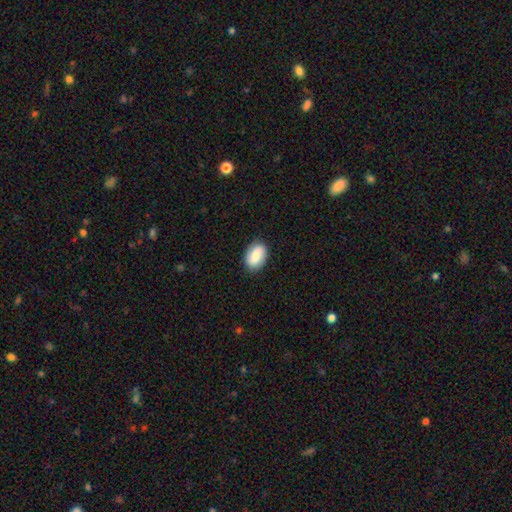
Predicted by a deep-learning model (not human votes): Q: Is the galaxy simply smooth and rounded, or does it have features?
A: smooth — 70%.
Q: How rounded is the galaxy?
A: in between — 86%.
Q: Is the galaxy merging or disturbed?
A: none — 85%.